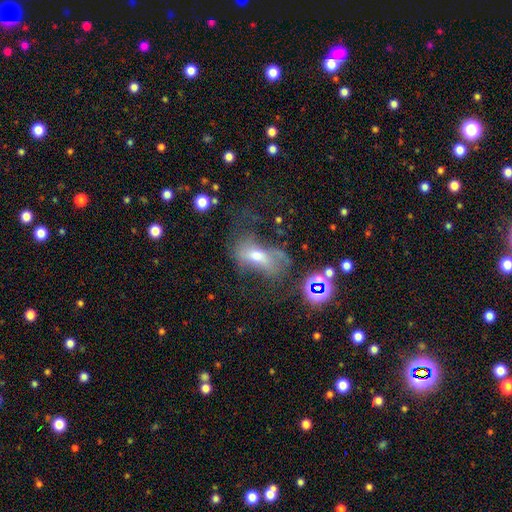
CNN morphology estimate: Smooth or featured? Predicted: featured or disk (p=0.44). Merging? Predicted: major disturbance (p=0.43).